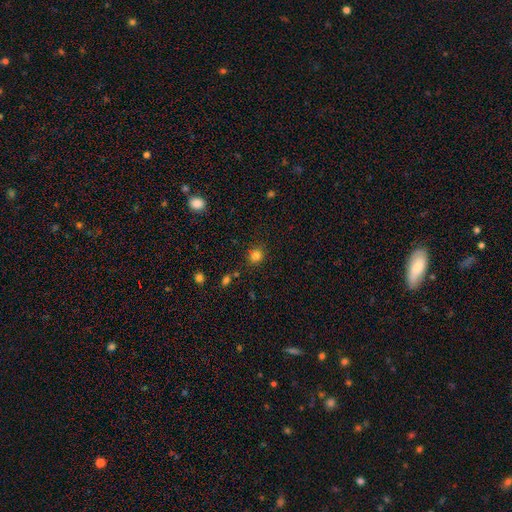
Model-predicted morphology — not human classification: Smooth or featured?
  - smooth: 80% *
  - star or artifact: 15%
  - featured or disk: 5%
How rounded?
  - round: 82% *
  - in between: 17%
  - cigar-shaped: 1%
Merging?
  - none: 83% *
  - minor disturbance: 9%
  - merger: 4%
  - major disturbance: 3%